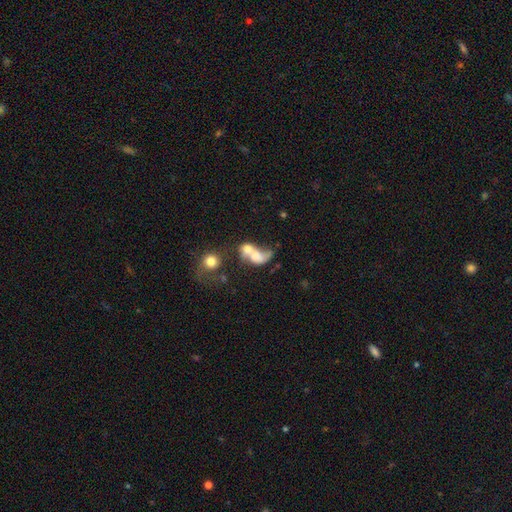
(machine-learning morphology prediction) A smooth galaxy with no disk features (53%) that is in between round and cigar-shaped (71%).

Vote fractions:
- Smooth or featured? smooth: 53% / featured or disk: 36% / star or artifact: 11%
- How rounded? in between: 71% / round: 26% / cigar-shaped: 4%
- Merging? merger: 67% / major disturbance: 16% / none: 11% / minor disturbance: 7%